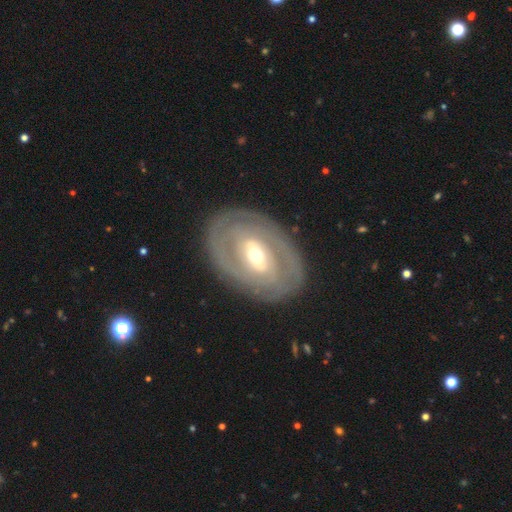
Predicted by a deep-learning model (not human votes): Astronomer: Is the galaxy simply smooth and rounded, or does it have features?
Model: featured or disk — 78%.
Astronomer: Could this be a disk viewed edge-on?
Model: no — 94%.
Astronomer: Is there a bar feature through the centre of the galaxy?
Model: weak — 40% (runner-up: strong, 32%).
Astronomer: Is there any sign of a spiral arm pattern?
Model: yes — 69%.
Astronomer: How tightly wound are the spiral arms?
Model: tight — 72%.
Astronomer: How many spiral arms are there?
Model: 2 — 40%, tied with can't tell at 40%.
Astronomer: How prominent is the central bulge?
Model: moderate — 56% (runner-up: small, 37%).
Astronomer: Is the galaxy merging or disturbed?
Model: none — 83%.